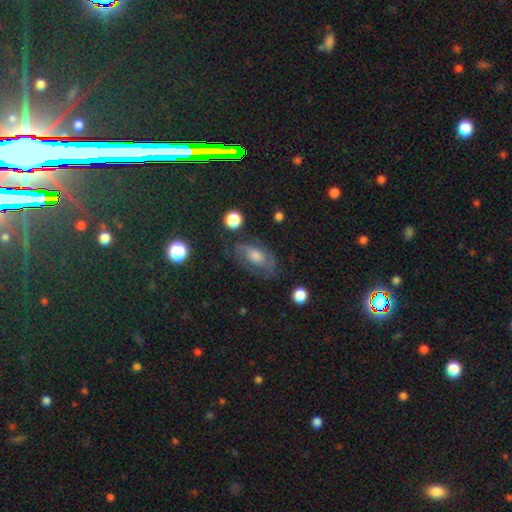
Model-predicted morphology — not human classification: Q: Smooth or featured?
A: featured or disk (46%); runner-up: smooth (38%)
Q: Merging?
A: none (62%); runner-up: minor disturbance (23%)